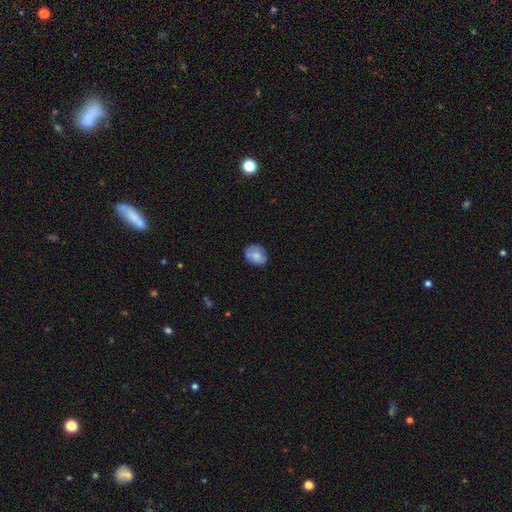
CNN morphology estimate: Overall: smooth (73%). How rounded: in between (57%; round 42%). Merging: none (67%).